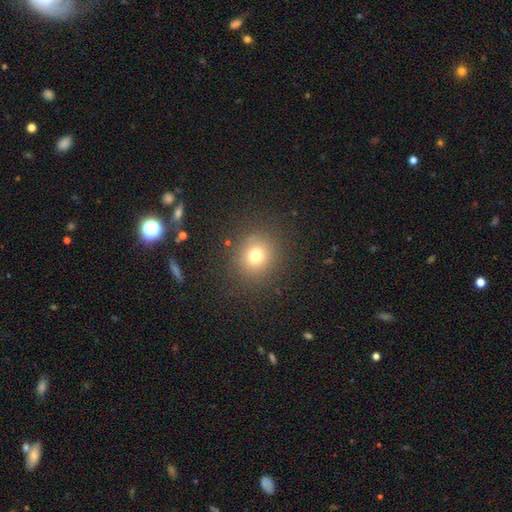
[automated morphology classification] type=smooth (73%); roundness=round (86%); merging=none (86%).